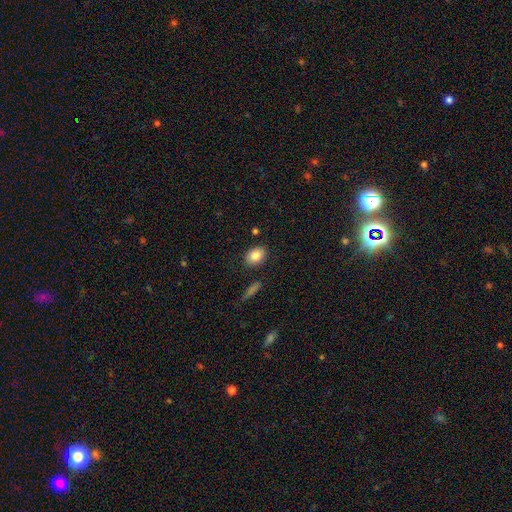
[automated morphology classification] A smooth galaxy with no disk features (83%) that is in between round and cigar-shaped (75%). Merging: none (86%).